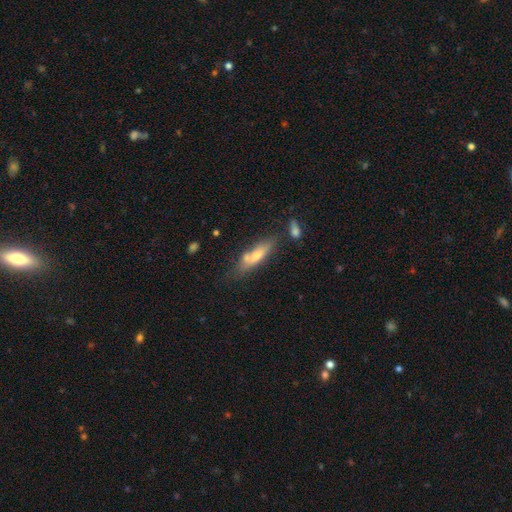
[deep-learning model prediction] smooth 56%, featured or disk 36%, star or artifact 8%. Down the decision tree: how rounded — cigar-shaped (66%); merging — none (59%).